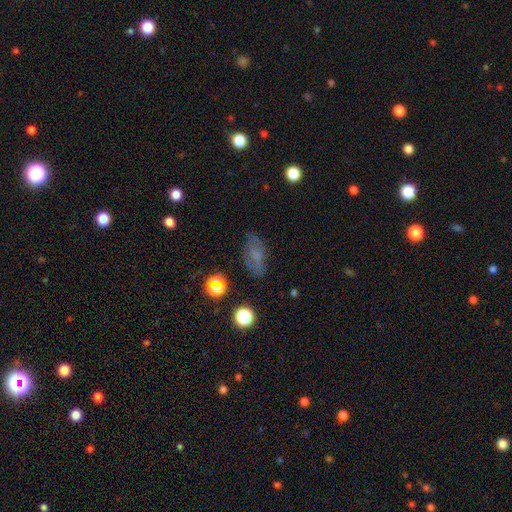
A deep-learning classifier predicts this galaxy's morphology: A smooth galaxy with no disk features (52%) that is in between round and cigar-shaped (82%).

Vote fractions:
- Smooth or featured? smooth: 52% / featured or disk: 29% / star or artifact: 18%
- How rounded? in between: 82% / cigar-shaped: 10% / round: 8%
- Merging? none: 71% / minor disturbance: 18% / major disturbance: 8% / merger: 3%